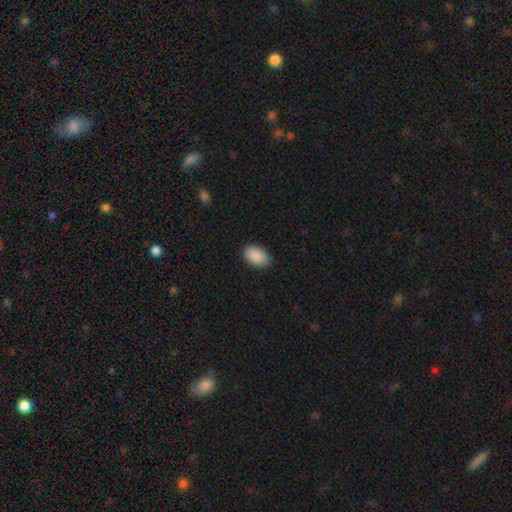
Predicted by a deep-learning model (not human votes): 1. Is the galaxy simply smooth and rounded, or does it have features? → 90% smooth, 6% star or artifact, 3% featured or disk.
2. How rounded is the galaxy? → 91% in between, 7% round, 1% cigar-shaped.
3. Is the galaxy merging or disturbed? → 82% none, 14% minor disturbance, 2% major disturbance, 1% merger.